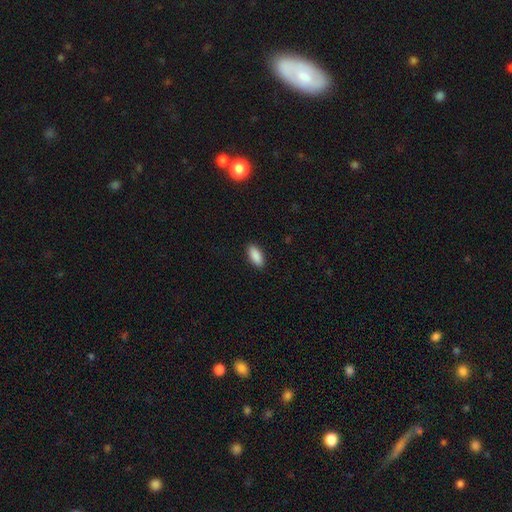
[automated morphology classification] Smooth or featured? smooth (90%)
How rounded? in between (87%)
Merging? none (90%)